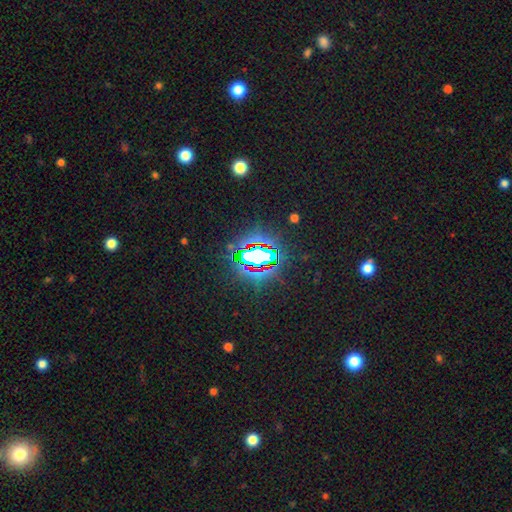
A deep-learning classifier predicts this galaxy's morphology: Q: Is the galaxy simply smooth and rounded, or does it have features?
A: star or artifact — 74%.